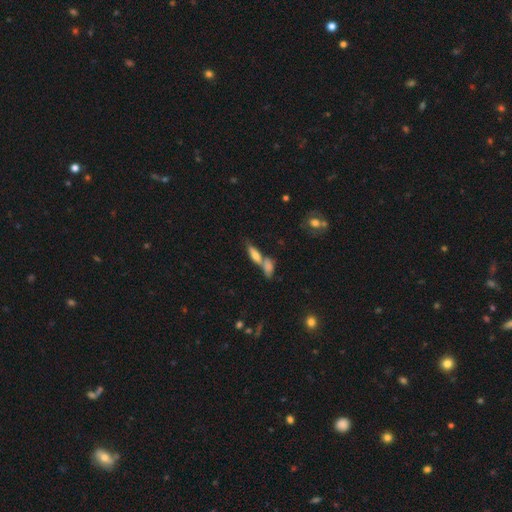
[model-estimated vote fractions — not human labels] Smooth or featured: smooth — 67% (featured or disk — 24%)
How rounded: in between — 58% (cigar-shaped — 39%)
Merging: merger — 48% (none — 38%)